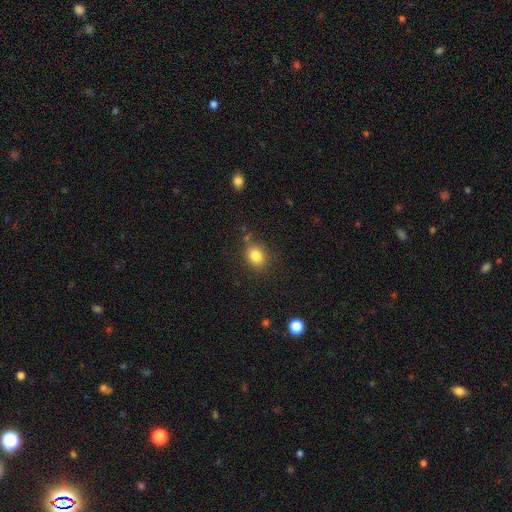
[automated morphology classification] Smooth or featured: smooth — 82% (star or artifact — 11%)
How rounded: round — 56% (in between — 43%)
Merging: none — 80% (minor disturbance — 13%)